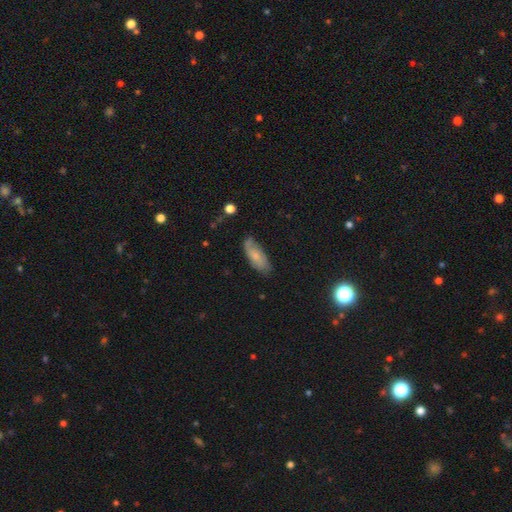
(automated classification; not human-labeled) The model was most divided on "smooth or featured": smooth: 65%, featured or disk: 28%, star or artifact: 8%. More confident: how rounded — in between (75%); merging — none (66%).